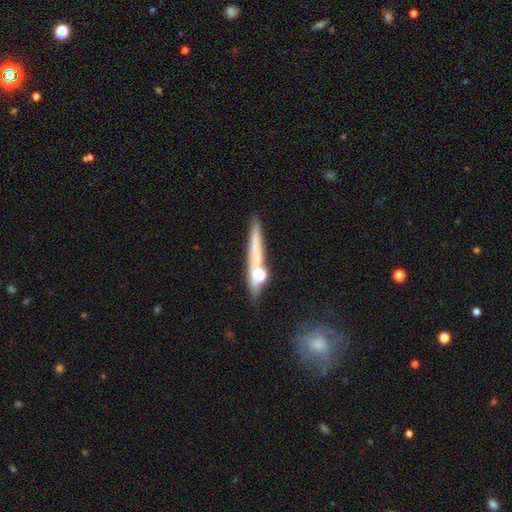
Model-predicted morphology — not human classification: Smooth or featured? Predicted: smooth (p=0.46). Merging? Predicted: none (p=0.72).